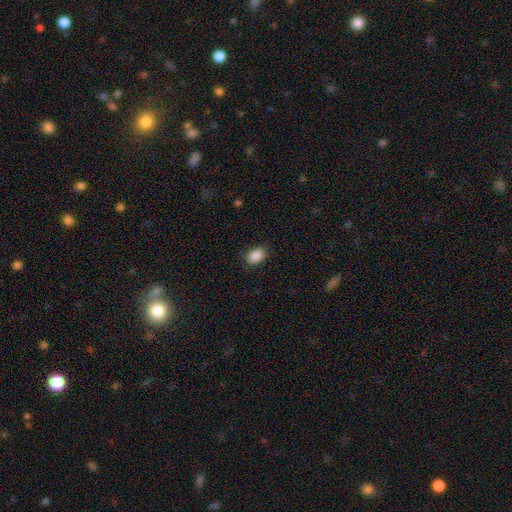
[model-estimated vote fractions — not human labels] smooth_or_featured: smooth (p=0.89) [alt: star or artifact p=0.08]
how_rounded: in between (p=0.76) [alt: round p=0.23]
merging: none (p=0.85) [alt: minor disturbance p=0.11]